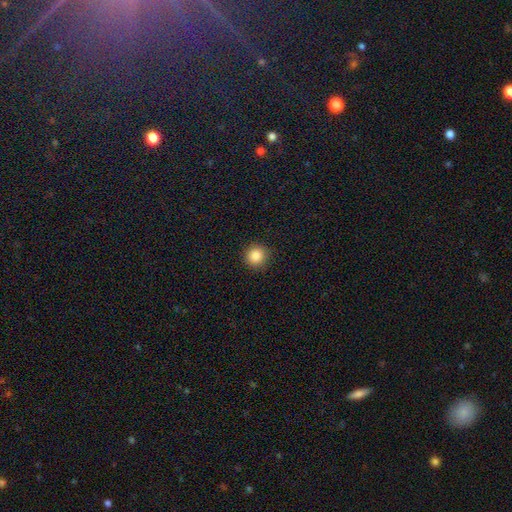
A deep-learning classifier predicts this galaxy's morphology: type=smooth (85%); roundness=round (94%); merging=none (92%).